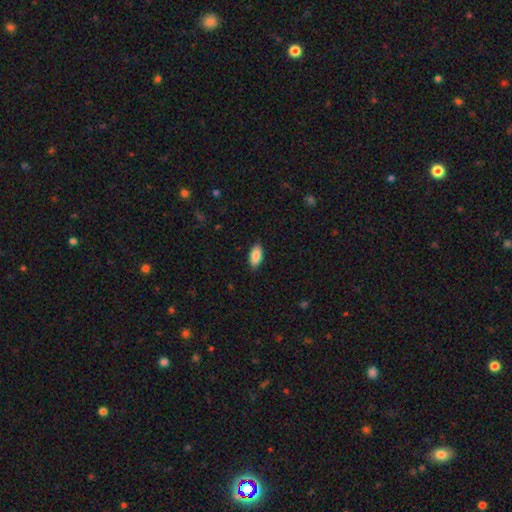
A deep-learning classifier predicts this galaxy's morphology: Smooth or featured? Predicted: smooth (p=0.89). How rounded? Predicted: in between (p=0.91). Merging? Predicted: none (p=0.87).